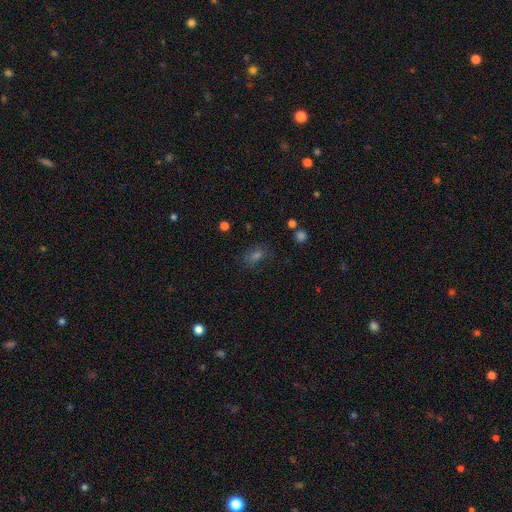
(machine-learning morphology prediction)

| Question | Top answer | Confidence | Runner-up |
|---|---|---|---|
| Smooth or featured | smooth | 55% | star or artifact (30%) |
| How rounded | in between | 70% | round (27%) |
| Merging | none | 73% | minor disturbance (17%) |